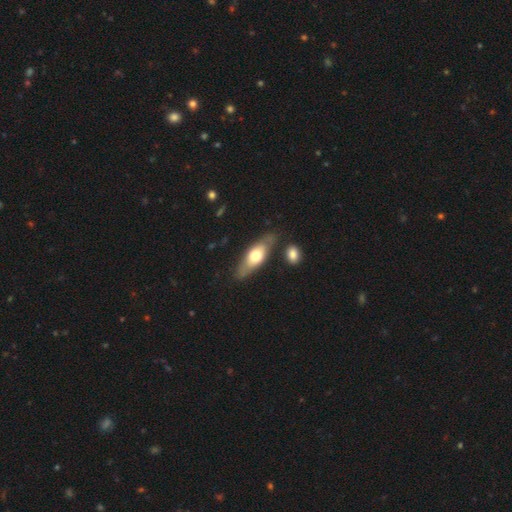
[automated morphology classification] smooth 53%, featured or disk 42%, star or artifact 5%. Down the decision tree: how rounded — in between (58%); merging — none (75%).